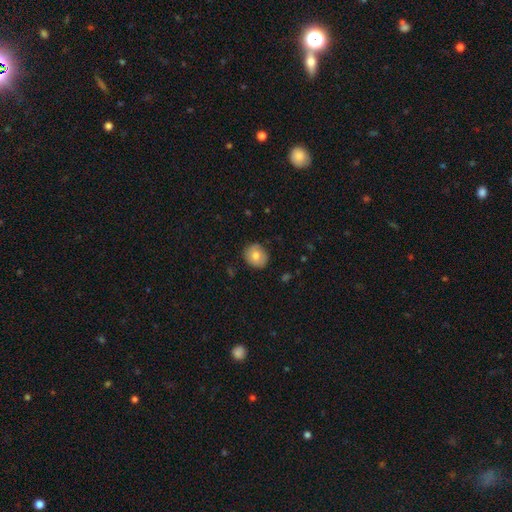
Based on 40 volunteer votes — Smooth or featured: smooth — 75% (featured or disk — 18%)
How rounded: round — 80% (in between — 20%)
Merging: none — 76% (minor disturbance — 19%)